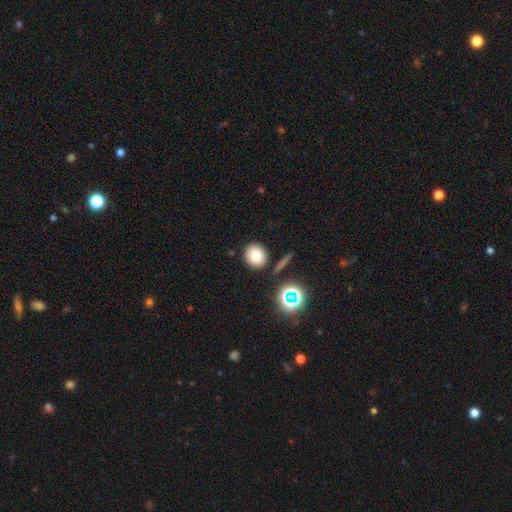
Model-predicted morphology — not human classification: This is clearly a smooth galaxy (81%). How rounded: likely round (68%). Merging: clearly none (83%).